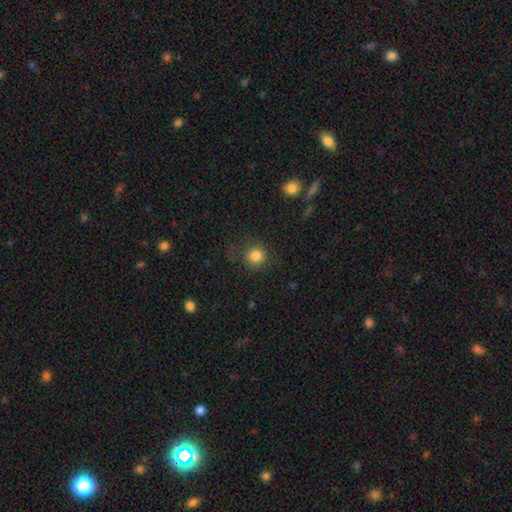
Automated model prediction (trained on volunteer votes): Q: Smooth or featured?
A: smooth (83%); runner-up: star or artifact (11%)
Q: How rounded?
A: round (88%); runner-up: in between (11%)
Q: Merging?
A: none (76%); runner-up: minor disturbance (14%)